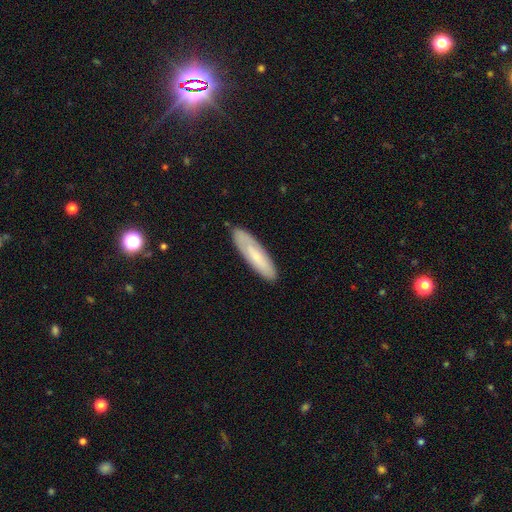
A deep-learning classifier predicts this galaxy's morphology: smooth_or_featured: smooth (p=0.67) [alt: featured or disk p=0.27]
how_rounded: cigar-shaped (p=0.70) [alt: in between p=0.29]
merging: none (p=0.86) [alt: minor disturbance p=0.11]